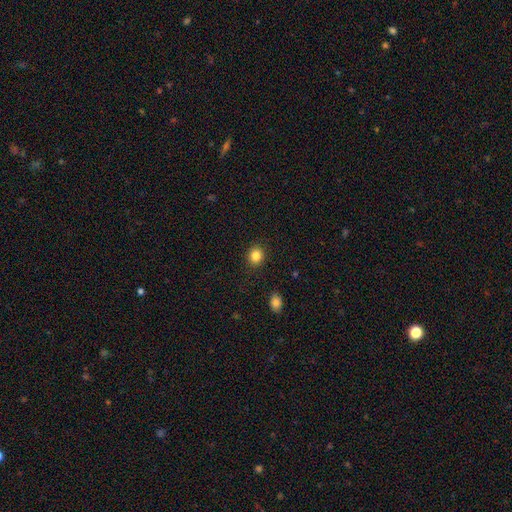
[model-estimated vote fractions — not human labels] A smooth galaxy with no disk features (85%) that is round (75%).

Vote fractions:
- Smooth or featured? smooth: 85% / star or artifact: 10% / featured or disk: 5%
- How rounded? round: 75% / in between: 24% / cigar-shaped: 1%
- Merging? none: 90% / minor disturbance: 7% / major disturbance: 2% / merger: 1%